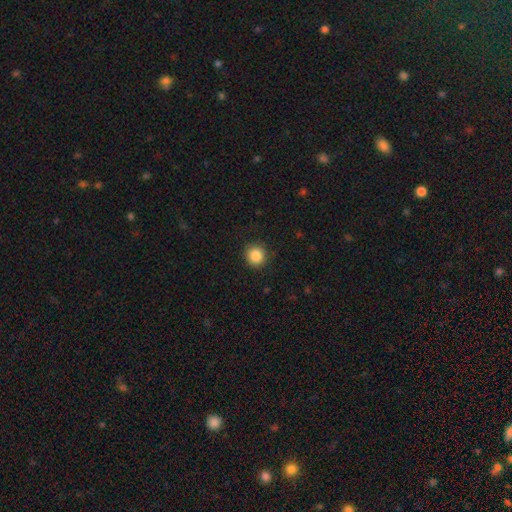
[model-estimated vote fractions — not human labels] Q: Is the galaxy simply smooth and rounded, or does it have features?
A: smooth — 86%.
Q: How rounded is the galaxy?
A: round — 93%.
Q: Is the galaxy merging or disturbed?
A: none — 89%.